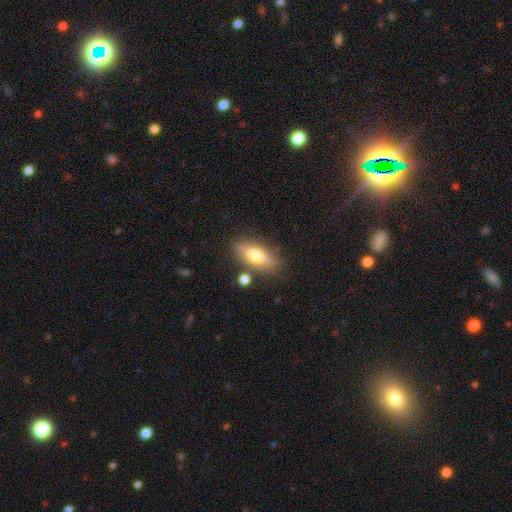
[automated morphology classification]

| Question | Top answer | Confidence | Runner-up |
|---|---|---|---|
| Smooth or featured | smooth | 64% | featured or disk (29%) |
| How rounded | in between | 69% | cigar-shaped (27%) |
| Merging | none | 78% | minor disturbance (13%) |